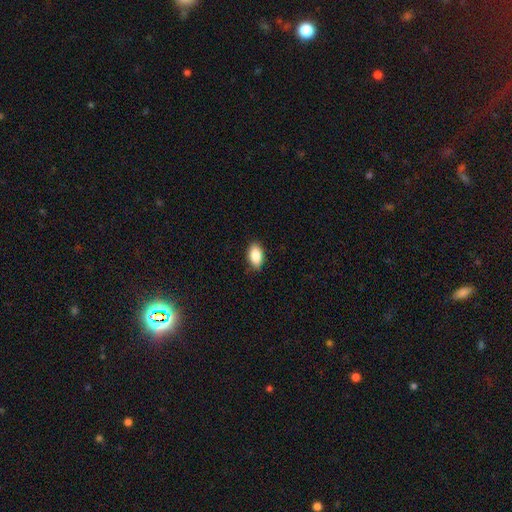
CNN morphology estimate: This appears to be a smooth galaxy with no disk features (88%) that is in between round and cigar-shaped (92%). Merging: none (86%).